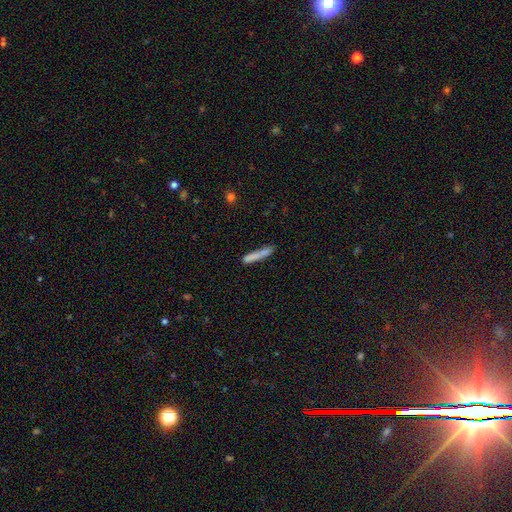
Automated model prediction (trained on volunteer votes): smooth_or_featured: smooth (p=0.76) [alt: featured or disk p=0.17]
how_rounded: cigar-shaped (p=0.93) [alt: in between p=0.05]
merging: none (p=0.73) [alt: minor disturbance p=0.16]